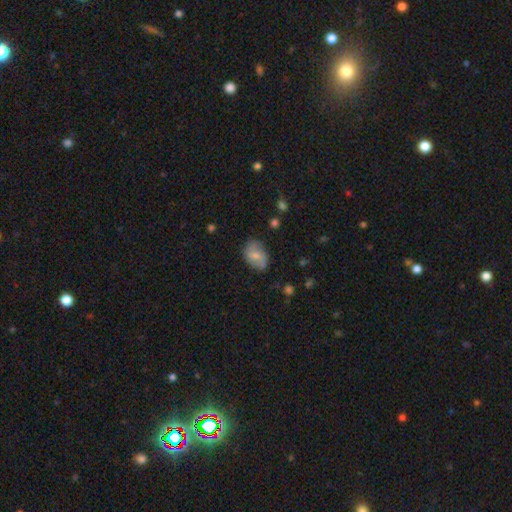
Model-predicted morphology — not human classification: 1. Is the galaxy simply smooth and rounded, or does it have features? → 61% smooth, 31% featured or disk, 7% star or artifact.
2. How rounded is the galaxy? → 80% in between, 18% round, 1% cigar-shaped.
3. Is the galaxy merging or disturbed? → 71% none, 22% minor disturbance, 6% major disturbance, 2% merger.